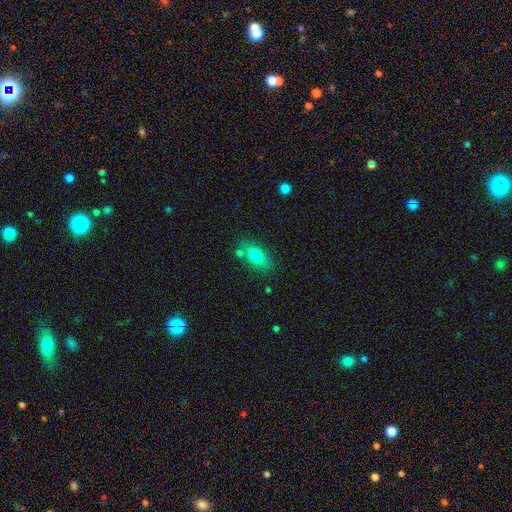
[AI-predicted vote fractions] Overall: smooth (78%). How rounded: in between (85%). Merging: none (73%).